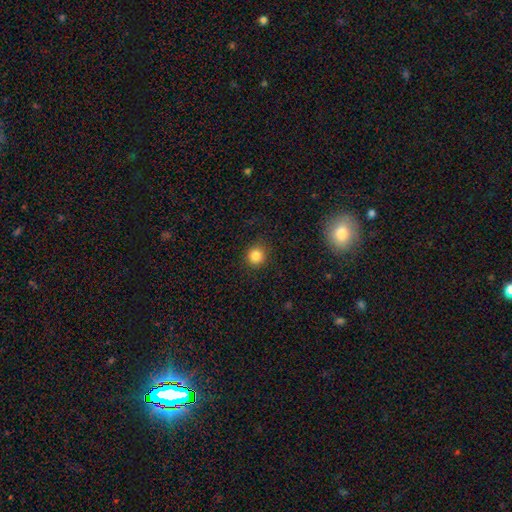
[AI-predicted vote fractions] smooth-or-featured: smooth: 85% | star or artifact: 11% | featured or disk: 4%
  how-rounded: round: 91% | in between: 8% | cigar-shaped: 1%
  merging: none: 90% | minor disturbance: 7% | major disturbance: 3% | merger: 1%